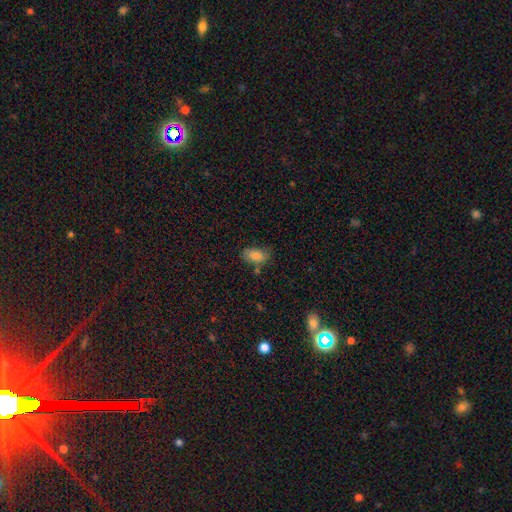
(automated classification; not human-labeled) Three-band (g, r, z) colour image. It shows a smooth galaxy with no disk features (85%) that is in between round and cigar-shaped (91%). Merging: none (62%).